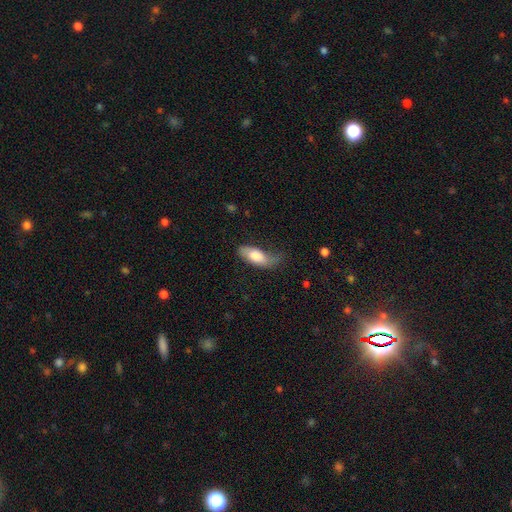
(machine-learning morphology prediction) This is likely a smooth galaxy (71%). How rounded: clearly in between (81%). Merging: marginally none (40%).